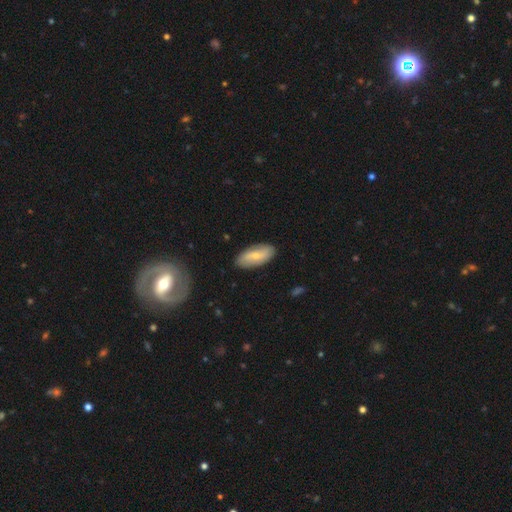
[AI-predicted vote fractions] Smooth or featured?
  - smooth: 53% *
  - featured or disk: 41%
  - star or artifact: 6%
How rounded?
  - in between: 87% *
  - cigar-shaped: 10%
  - round: 3%
Merging?
  - none: 85% *
  - minor disturbance: 11%
  - major disturbance: 2%
  - merger: 1%